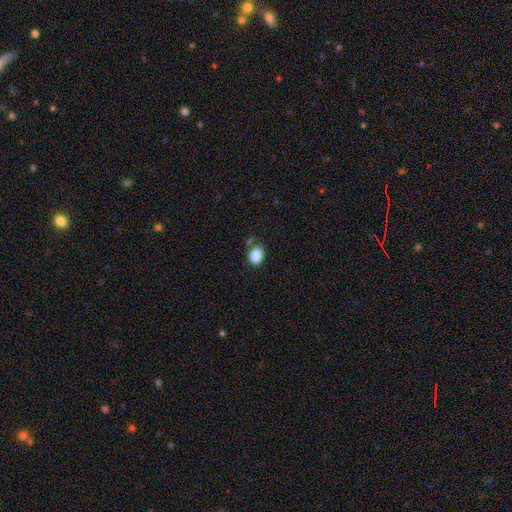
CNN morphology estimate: smooth 84%, star or artifact 9%, featured or disk 7%. Down the decision tree: how rounded — in between (61%); merging — none (72%).